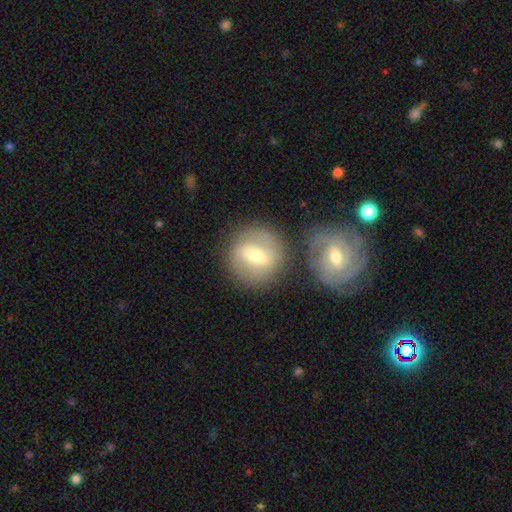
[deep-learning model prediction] Morphology: type=featured or disk (58%); edge-on=no (94%); bar=strong (44%, tied with weak); spiral arms=yes (73%); bulge=moderate (64%); merging=none (66%).